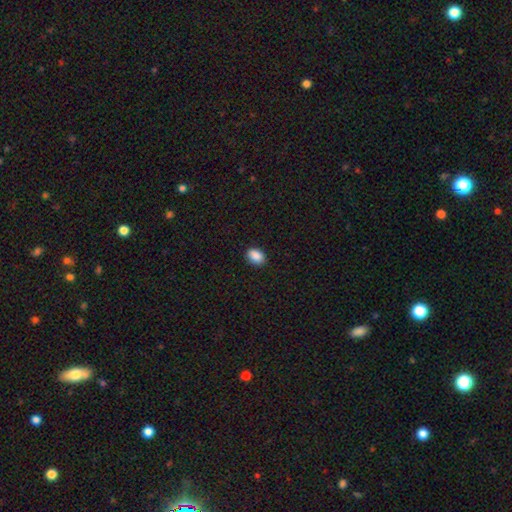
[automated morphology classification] smooth 89%, star or artifact 8%, featured or disk 3%. Down the decision tree: how rounded — in between (73%); merging — none (88%).